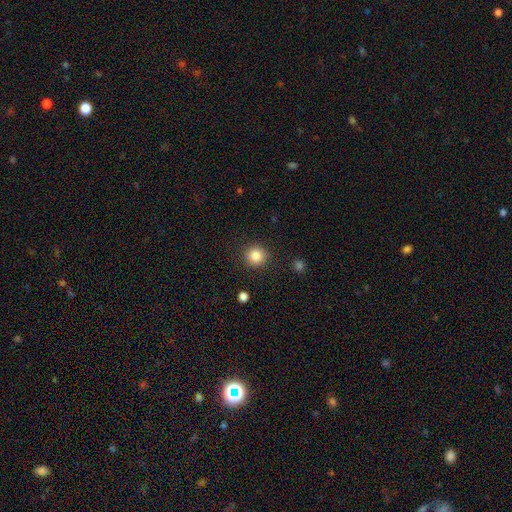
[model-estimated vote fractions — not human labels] Smooth or featured? Predicted: smooth (p=0.85). How rounded? Predicted: round (p=0.94). Merging? Predicted: none (p=0.90).